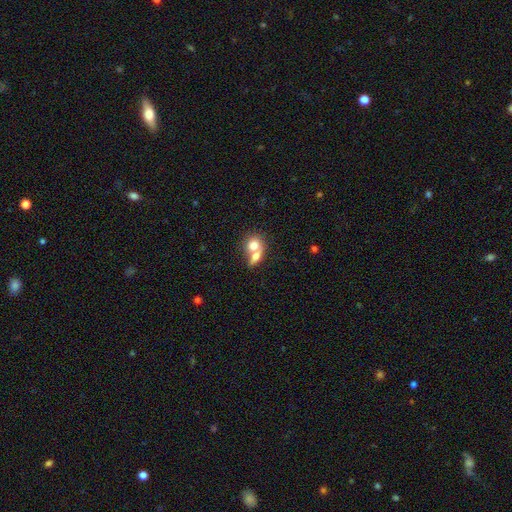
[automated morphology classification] smooth 72%, featured or disk 20%, star or artifact 8%. Down the decision tree: how rounded — round (53%); merging — merger (68%).